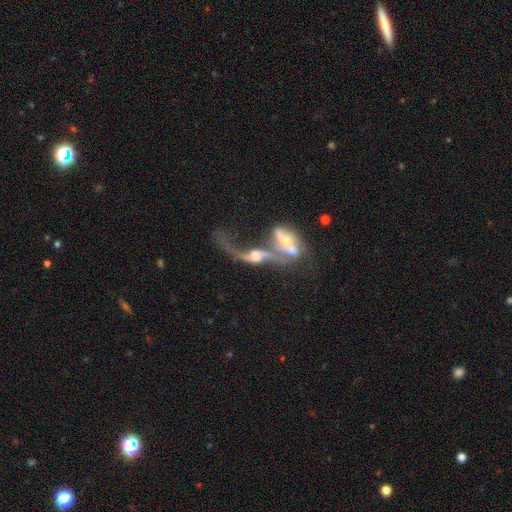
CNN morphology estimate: Smooth or featured: featured or disk — 74% (smooth — 16%)
Edge-on disk: no — 73% (yes — 27%)
Bar: no — 50% (weak — 31%)
Spiral arms: yes — 77% (no — 23%)
Bulge size: moderate — 47% (small — 22%)
Merging: merger — 71% (major disturbance — 13%)